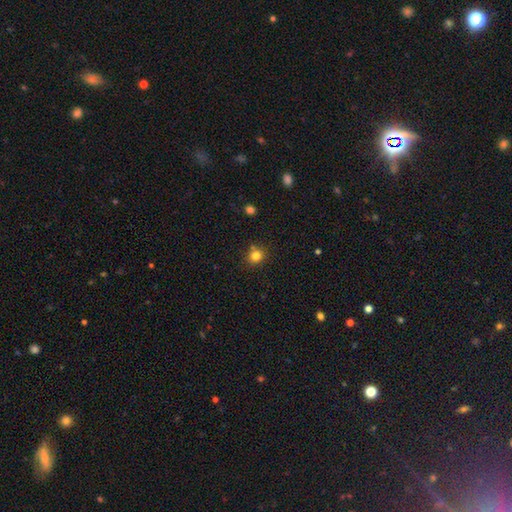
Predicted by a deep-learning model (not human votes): A smooth galaxy with no disk features (80%) that is round (81%).

Vote fractions:
- Smooth or featured? smooth: 80% / star or artifact: 14% / featured or disk: 6%
- How rounded? round: 81% / in between: 18% / cigar-shaped: 1%
- Merging? none: 79% / minor disturbance: 11% / merger: 7% / major disturbance: 3%